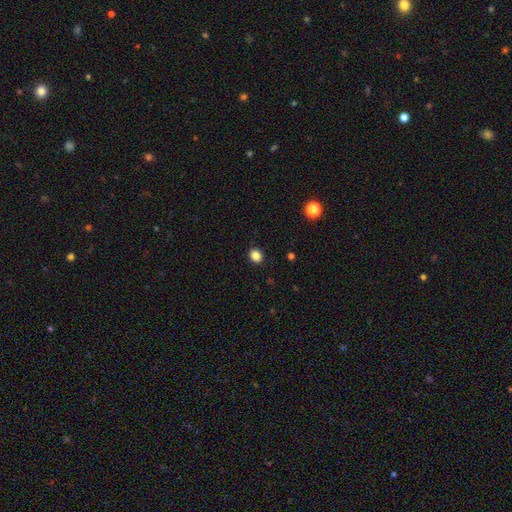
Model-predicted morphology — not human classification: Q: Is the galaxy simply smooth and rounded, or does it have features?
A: smooth — 85%.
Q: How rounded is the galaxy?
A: round — 72%.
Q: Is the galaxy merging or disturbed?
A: none — 91%.